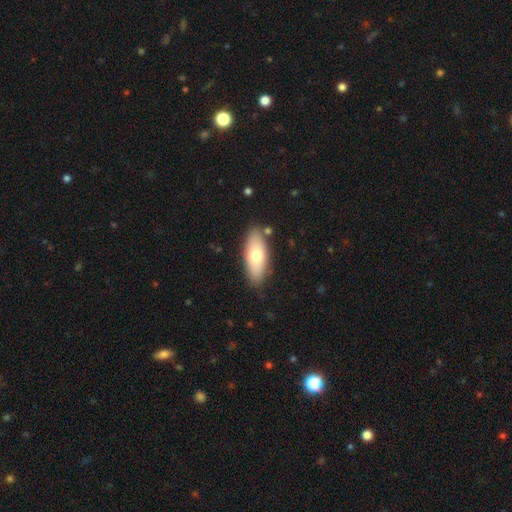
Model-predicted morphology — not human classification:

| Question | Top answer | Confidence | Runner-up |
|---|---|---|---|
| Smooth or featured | smooth | 70% | featured or disk (24%) |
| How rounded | in between | 80% | cigar-shaped (18%) |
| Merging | none | 83% | minor disturbance (11%) |